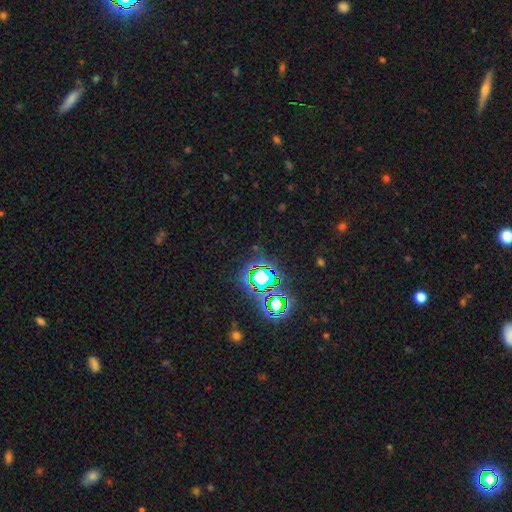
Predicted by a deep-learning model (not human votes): Smooth or featured? star or artifact (78%)